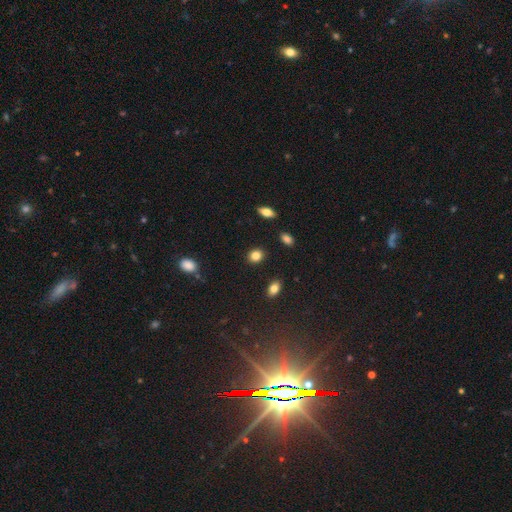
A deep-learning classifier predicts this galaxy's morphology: This appears to be a smooth galaxy with no disk features (85%) that is round (62%). Merging: none (88%).